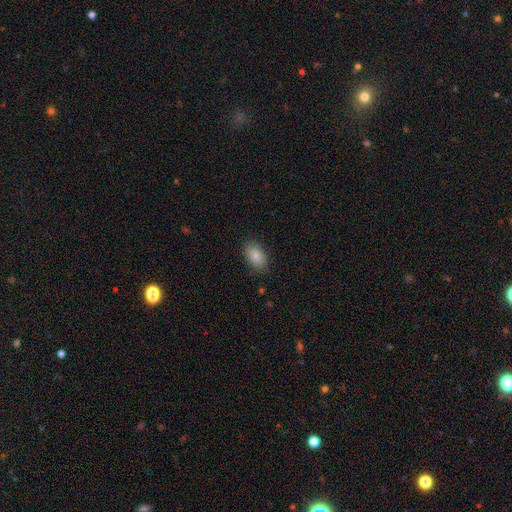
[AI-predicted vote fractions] Overall: smooth (85%). How rounded: in between (90%). Merging: none (85%).